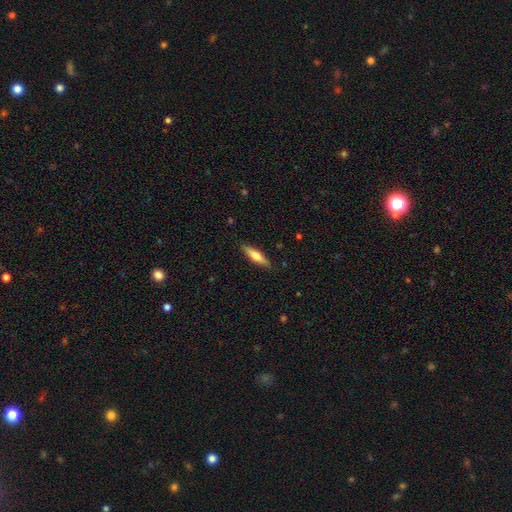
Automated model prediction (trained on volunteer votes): Smooth or featured?
  - smooth: 57% *
  - featured or disk: 37%
  - star or artifact: 6%
How rounded?
  - cigar-shaped: 73% *
  - in between: 25%
  - round: 2%
Merging?
  - none: 88% *
  - minor disturbance: 9%
  - major disturbance: 2%
  - merger: 1%